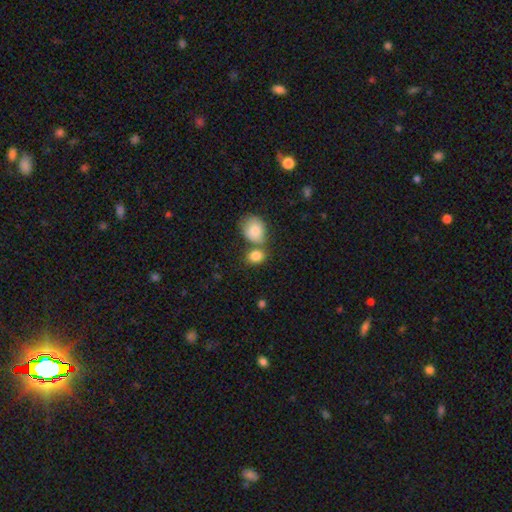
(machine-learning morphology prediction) Smooth or featured?
  - smooth: 85% *
  - star or artifact: 8%
  - featured or disk: 7%
How rounded?
  - in between: 57% *
  - round: 41%
  - cigar-shaped: 1%
Merging?
  - none: 48% *
  - merger: 36%
  - minor disturbance: 12%
  - major disturbance: 4%